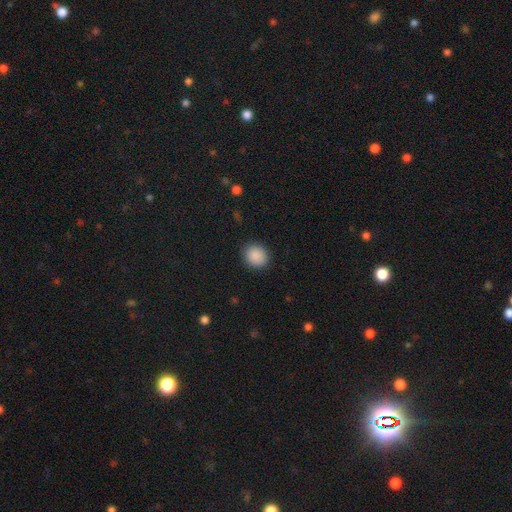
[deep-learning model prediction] Smooth or featured: smooth — 89% (star or artifact — 8%)
How rounded: round — 80% (in between — 19%)
Merging: none — 90% (minor disturbance — 7%)